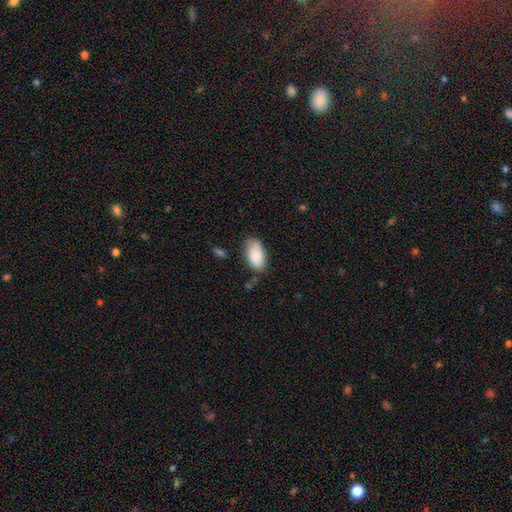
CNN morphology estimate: smooth_or_featured: smooth (p=0.84) [alt: featured or disk p=0.10]
how_rounded: in between (p=0.95) [alt: round p=0.03]
merging: none (p=0.72) [alt: minor disturbance p=0.21]